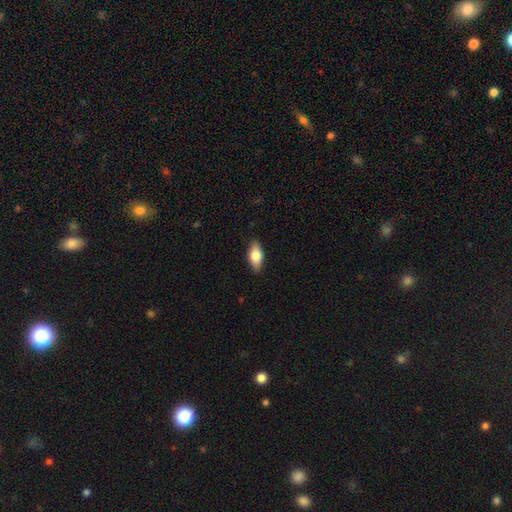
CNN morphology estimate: Q: Smooth or featured?
A: smooth (73%); runner-up: featured or disk (21%)
Q: How rounded?
A: in between (85%); runner-up: cigar-shaped (11%)
Q: Merging?
A: none (88%); runner-up: minor disturbance (9%)